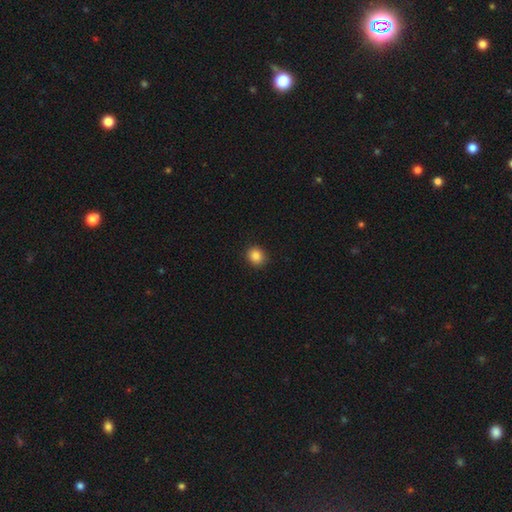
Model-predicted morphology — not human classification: smooth-or-featured: smooth: 85% | star or artifact: 10% | featured or disk: 4%
  how-rounded: round: 78% | in between: 21% | cigar-shaped: 1%
  merging: none: 91% | minor disturbance: 6% | major disturbance: 2% | merger: 1%